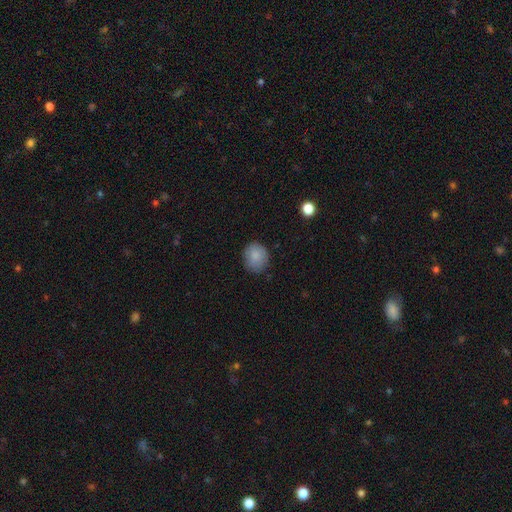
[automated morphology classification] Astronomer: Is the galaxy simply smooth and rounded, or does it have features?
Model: smooth — 86%.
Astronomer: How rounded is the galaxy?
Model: round — 75%.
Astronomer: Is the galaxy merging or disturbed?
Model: none — 79%.